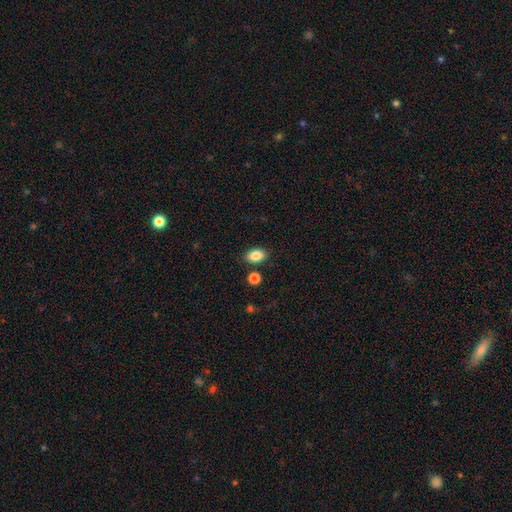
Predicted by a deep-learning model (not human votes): A smooth galaxy with no disk features (86%) that is in between round and cigar-shaped (85%).

Vote fractions:
- Smooth or featured? smooth: 86% / star or artifact: 8% / featured or disk: 6%
- How rounded? in between: 85% / round: 14% / cigar-shaped: 1%
- Merging? none: 83% / minor disturbance: 10% / merger: 5% / major disturbance: 2%